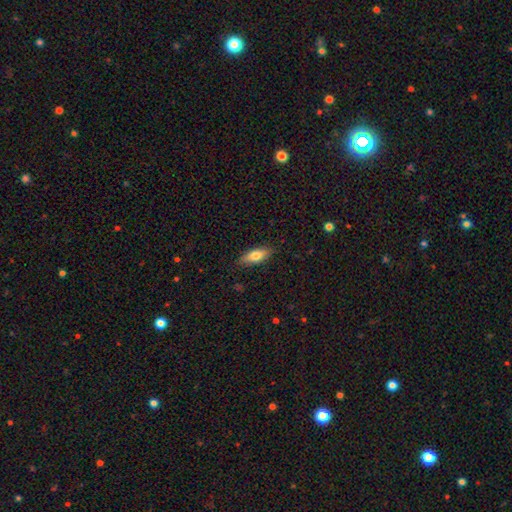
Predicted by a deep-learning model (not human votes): Smooth or featured: smooth — 74% (featured or disk — 20%)
How rounded: in between — 70% (cigar-shaped — 27%)
Merging: none — 86% (minor disturbance — 11%)